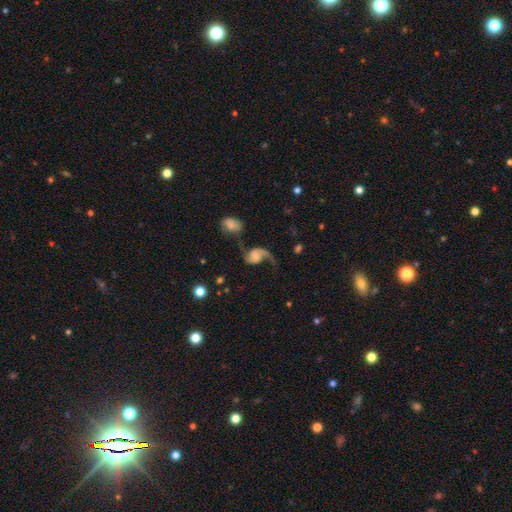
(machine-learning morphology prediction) This is likely a featured or disk galaxy (72%). It is clearly not viewed edge-on (97%). Bar: likely no (66%). Spiral arm pattern: clearly yes (93%). Spiral arm count: likely 2 (68%). Spiral winding: likely loose (79%). Central bulge: marginally none (38%). Merging: marginally none (39%).